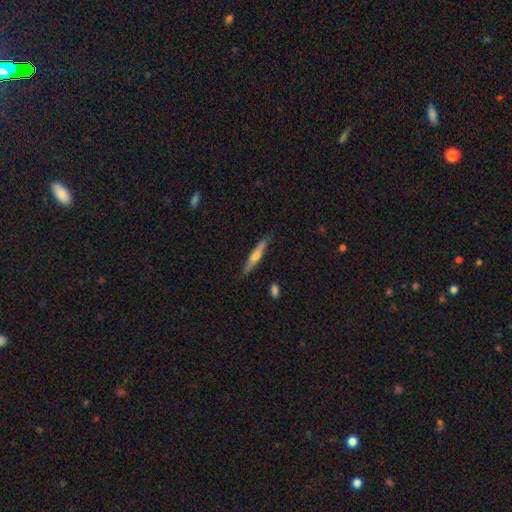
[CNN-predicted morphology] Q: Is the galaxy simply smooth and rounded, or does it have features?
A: featured or disk — 58%.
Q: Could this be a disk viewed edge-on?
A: yes — 96%.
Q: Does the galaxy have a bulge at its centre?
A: rounded — 86%.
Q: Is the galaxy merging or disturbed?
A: none — 86%.